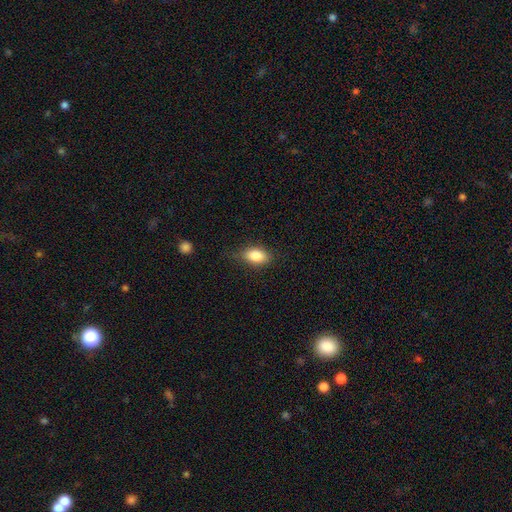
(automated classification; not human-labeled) This appears to be a smooth galaxy with no disk features (83%) that is in between round and cigar-shaped (85%). Merging: none (76%).